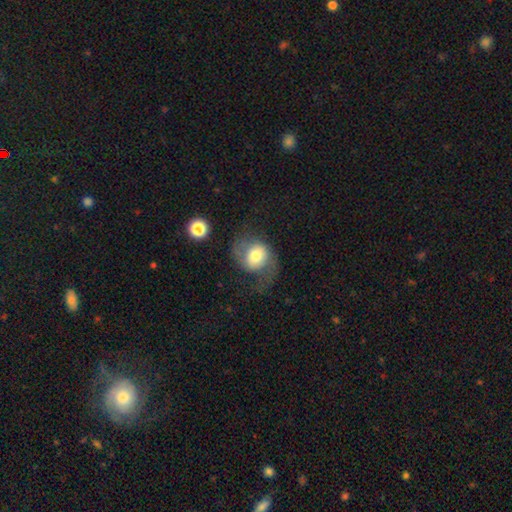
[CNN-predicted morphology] type=smooth (50%); roundness=round (67%); merging=none (41%).